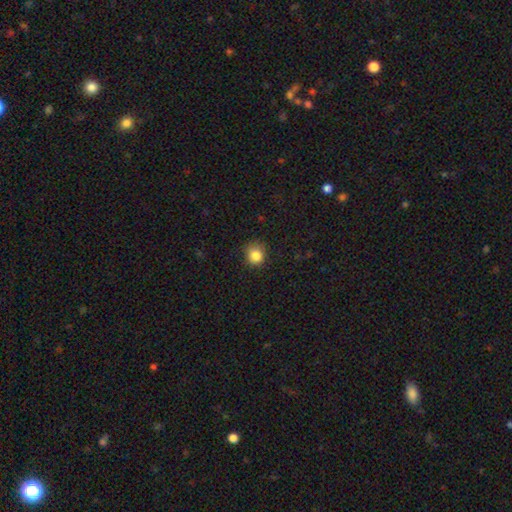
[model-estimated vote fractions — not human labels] This appears to be a smooth galaxy with no disk features (84%) that is round (85%). Merging: none (78%).